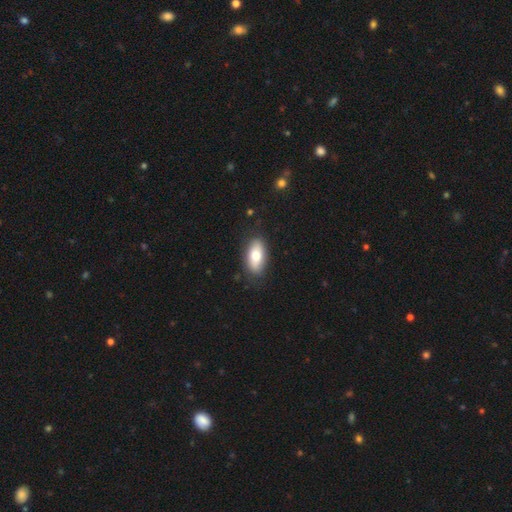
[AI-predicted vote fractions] Smooth or featured? smooth (75%)
How rounded? in between (89%)
Merging? none (84%)